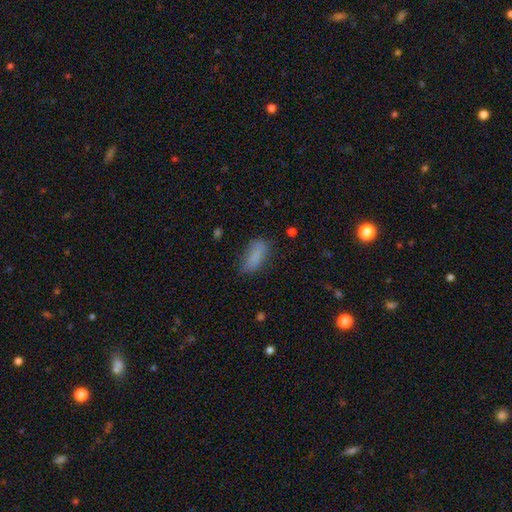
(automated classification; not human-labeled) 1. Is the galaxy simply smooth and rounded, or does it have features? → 81% smooth, 9% star or artifact, 9% featured or disk.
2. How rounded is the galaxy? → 80% in between, 17% cigar-shaped, 3% round.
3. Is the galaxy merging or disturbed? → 62% none, 26% minor disturbance, 9% major disturbance, 3% merger.